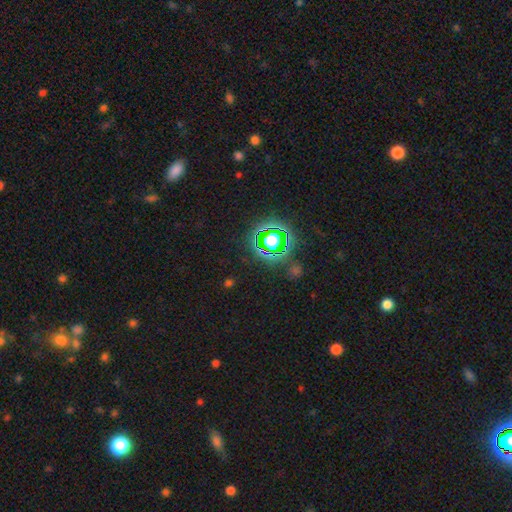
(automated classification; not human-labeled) This appears to be a star or artifact, not a galaxy (79%).